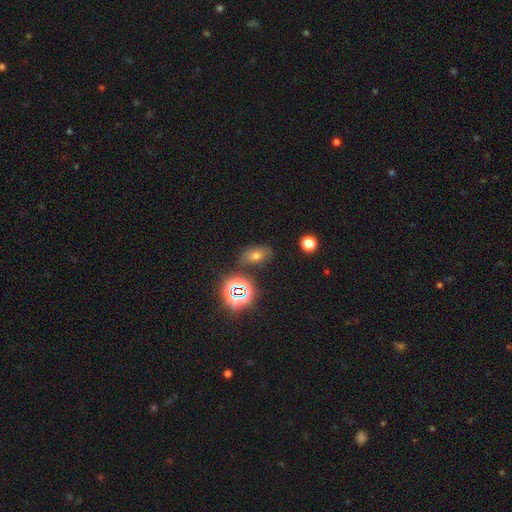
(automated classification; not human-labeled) Morphology: type=smooth (56%); roundness=in between (81%); merging=none (76%).